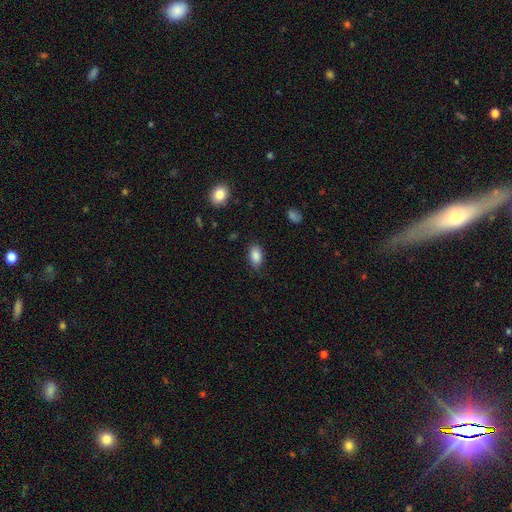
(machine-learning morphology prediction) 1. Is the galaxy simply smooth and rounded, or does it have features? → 87% smooth, 8% star or artifact, 5% featured or disk.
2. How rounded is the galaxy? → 91% in between, 8% round, 2% cigar-shaped.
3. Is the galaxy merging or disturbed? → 80% none, 15% minor disturbance, 3% major disturbance, 1% merger.